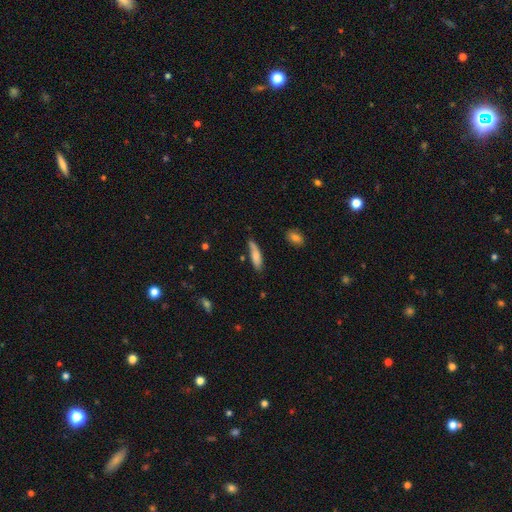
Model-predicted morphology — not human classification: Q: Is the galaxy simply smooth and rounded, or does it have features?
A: smooth — 75%.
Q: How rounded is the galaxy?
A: cigar-shaped — 64%.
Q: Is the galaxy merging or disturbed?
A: none — 59%.